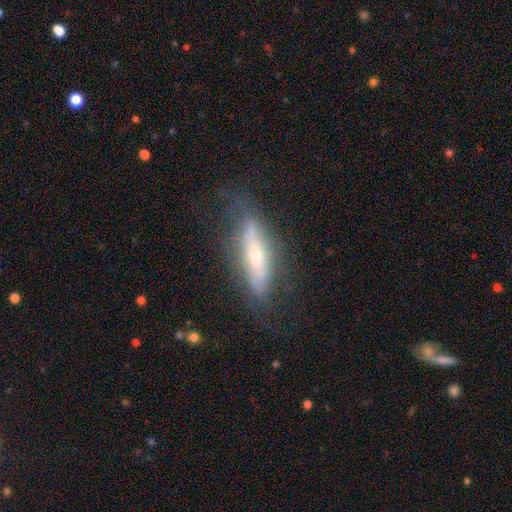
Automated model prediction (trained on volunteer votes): Smooth or featured? featured or disk (60%)
Edge-on disk? yes (60%)
Merging? none (64%)